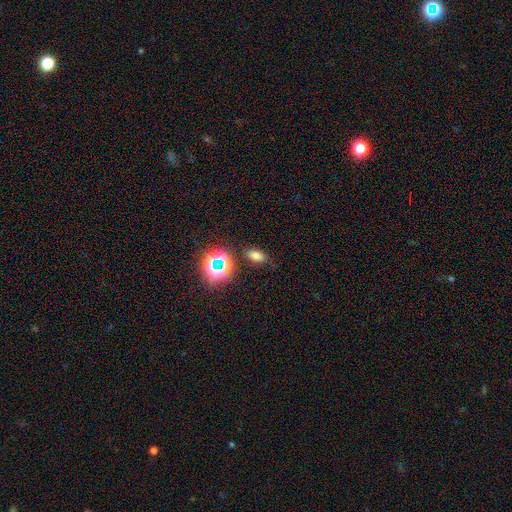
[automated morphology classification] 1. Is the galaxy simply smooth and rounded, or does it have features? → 69% smooth, 24% star or artifact, 8% featured or disk.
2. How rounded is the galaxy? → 86% in between, 11% round, 3% cigar-shaped.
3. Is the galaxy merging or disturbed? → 79% none, 14% minor disturbance, 4% major disturbance, 3% merger.